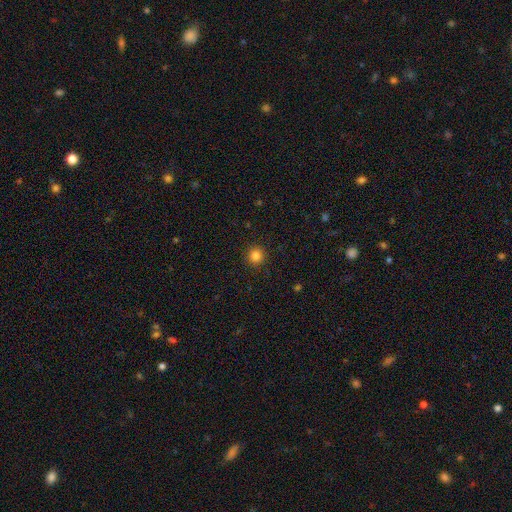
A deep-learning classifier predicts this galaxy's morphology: smooth 84%, star or artifact 12%, featured or disk 4%. Down the decision tree: how rounded — round (95%); merging — none (92%).